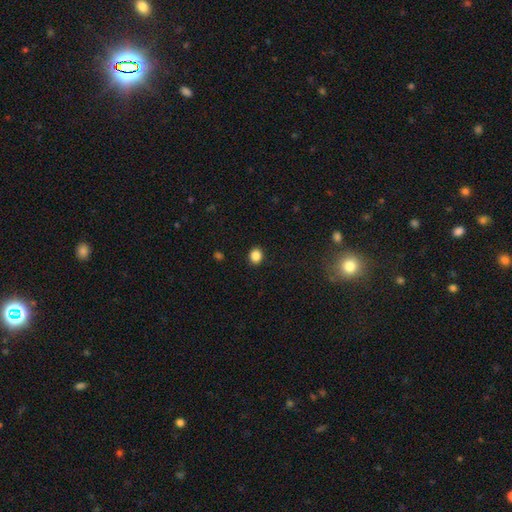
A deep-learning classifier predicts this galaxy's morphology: This appears to be a smooth galaxy with no disk features (86%) that is round (68%). Merging: none (91%).